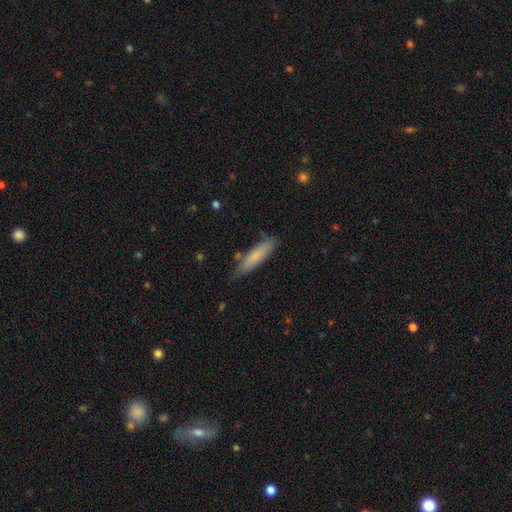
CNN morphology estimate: smooth-or-featured: smooth: 76% | featured or disk: 18% | star or artifact: 6%
  how-rounded: cigar-shaped: 81% | in between: 18% | round: 1%
  merging: none: 77% | minor disturbance: 17% | major disturbance: 3% | merger: 3%